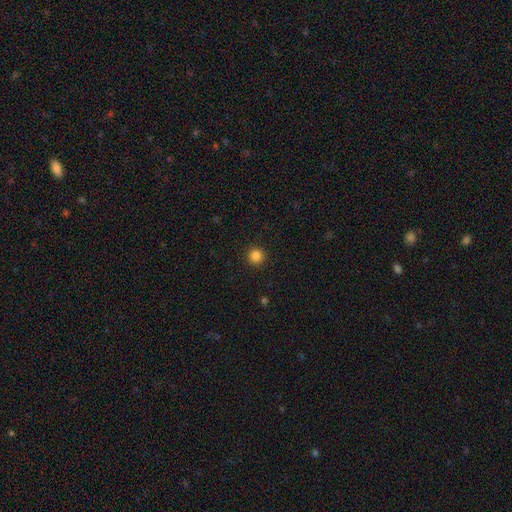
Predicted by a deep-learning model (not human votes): Q: Smooth or featured?
A: smooth (85%); runner-up: star or artifact (12%)
Q: How rounded?
A: round (96%); runner-up: in between (4%)
Q: Merging?
A: none (93%); runner-up: minor disturbance (4%)